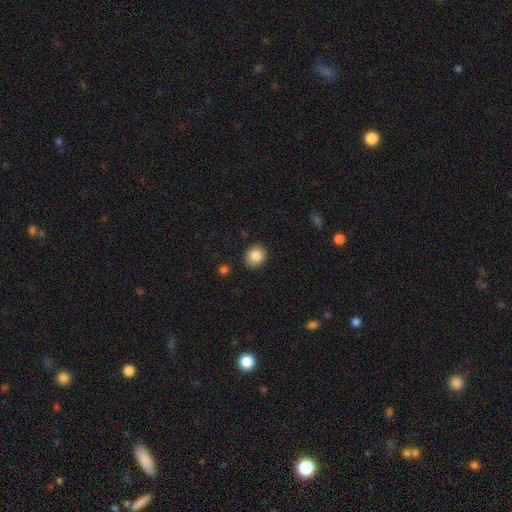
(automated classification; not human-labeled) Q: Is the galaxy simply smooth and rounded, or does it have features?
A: smooth — 84%.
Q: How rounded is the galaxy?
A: round — 70%.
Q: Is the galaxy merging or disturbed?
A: none — 89%.